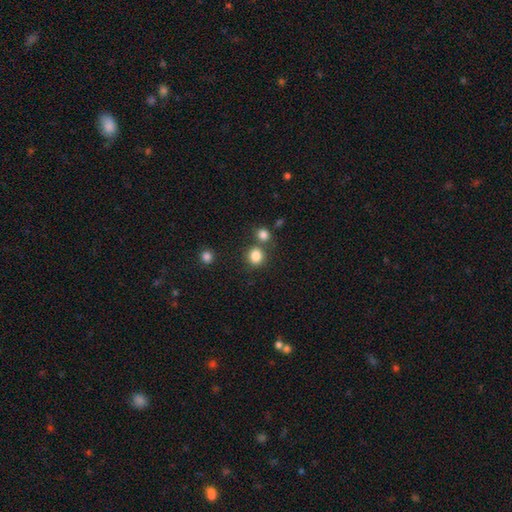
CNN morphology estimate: smooth-or-featured: smooth: 83% | star or artifact: 12% | featured or disk: 5%
  how-rounded: round: 78% | in between: 22% | cigar-shaped: 1%
  merging: none: 68% | merger: 20% | minor disturbance: 9% | major disturbance: 3%